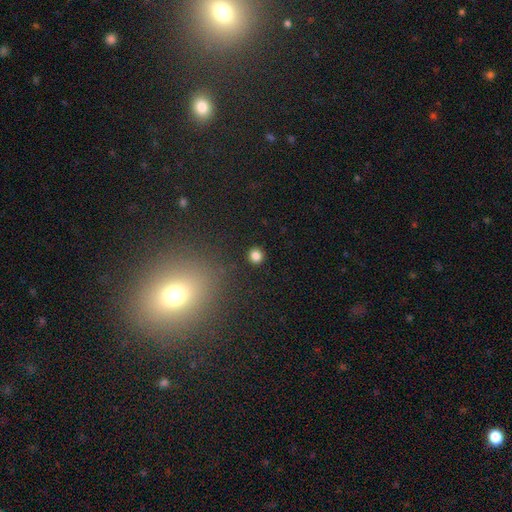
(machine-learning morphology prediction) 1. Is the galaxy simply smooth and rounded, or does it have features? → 82% smooth, 13% star or artifact, 5% featured or disk.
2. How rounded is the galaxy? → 93% round, 6% in between, 1% cigar-shaped.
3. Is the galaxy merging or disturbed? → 92% none, 5% minor disturbance, 2% major disturbance, 2% merger.